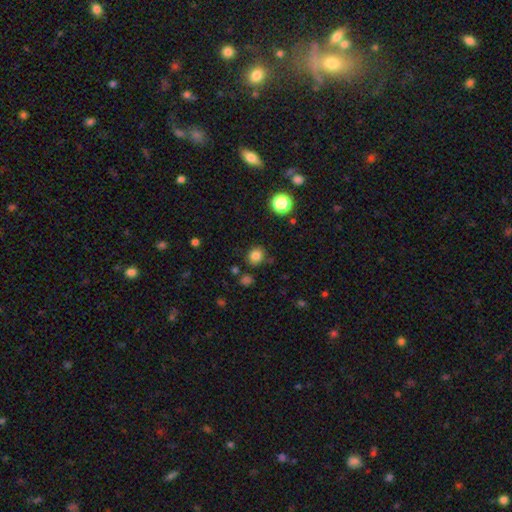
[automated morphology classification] smooth-or-featured: smooth: 81% | star or artifact: 14% | featured or disk: 5%
  how-rounded: round: 80% | in between: 20% | cigar-shaped: 1%
  merging: none: 84% | minor disturbance: 10% | merger: 4% | major disturbance: 3%